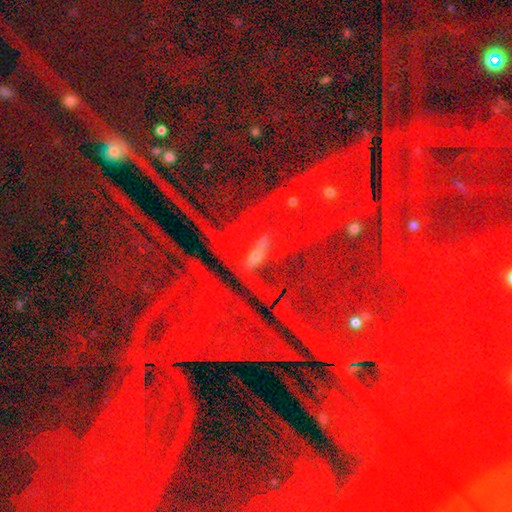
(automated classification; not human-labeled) Smooth or featured: star or artifact — 70% (featured or disk — 19%)